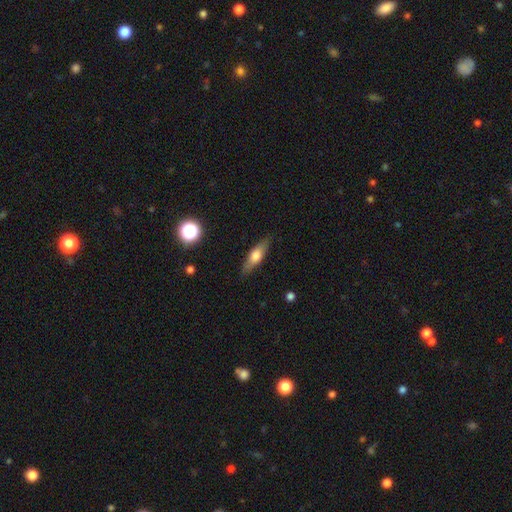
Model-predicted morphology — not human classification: smooth_or_featured: smooth (p=0.52) [alt: featured or disk p=0.40]
how_rounded: cigar-shaped (p=0.55) [alt: in between p=0.41]
merging: none (p=0.86) [alt: minor disturbance p=0.10]